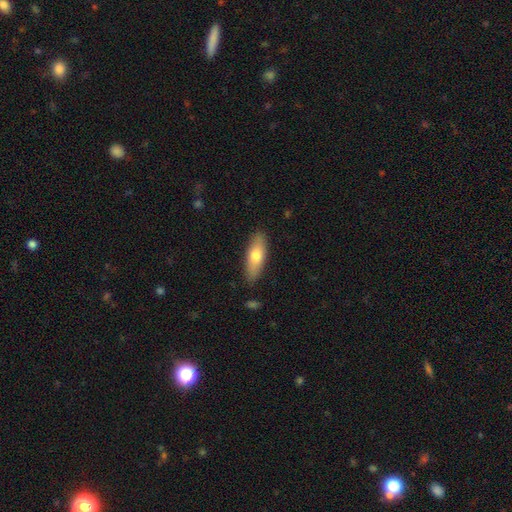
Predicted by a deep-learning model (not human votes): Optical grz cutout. It shows a smooth galaxy with no disk features (70%) that is in between round and cigar-shaped (62%). Merging: none (87%).